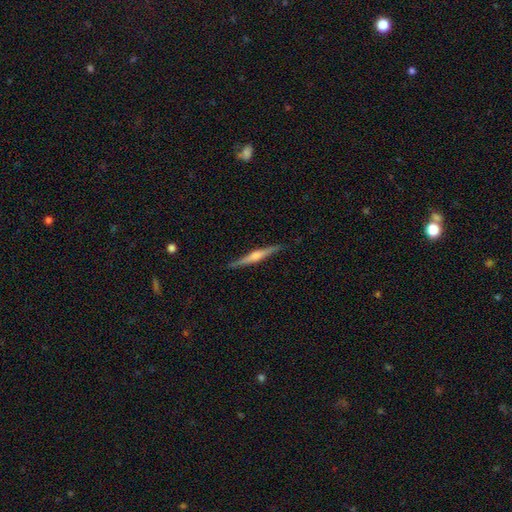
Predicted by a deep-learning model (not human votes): Smooth or featured? Predicted: featured or disk (p=0.74). Edge-on disk? Predicted: yes (p=0.98). Edge-on bulge? Predicted: rounded (p=0.82). Merging? Predicted: none (p=0.89).